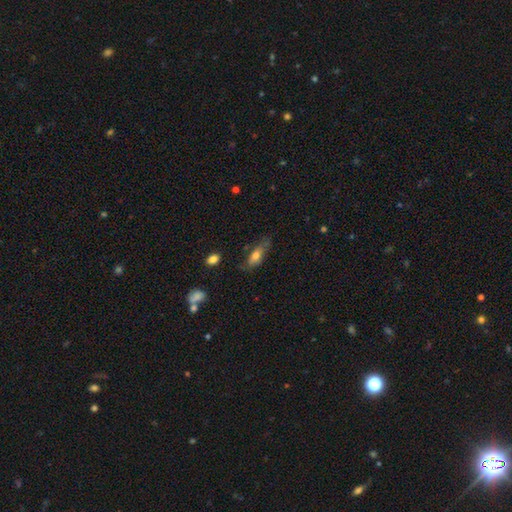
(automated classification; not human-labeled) Smooth or featured: smooth — 67% (featured or disk — 25%)
How rounded: in between — 69% (cigar-shaped — 28%)
Merging: none — 58% (minor disturbance — 29%)